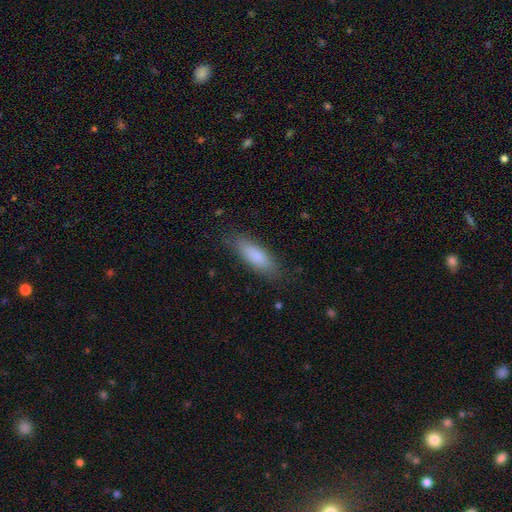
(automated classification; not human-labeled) The model was most divided on "how rounded": in between: 54%, cigar-shaped: 44%, round: 2%. More confident: smooth or featured — smooth (83%); merging — none (82%).